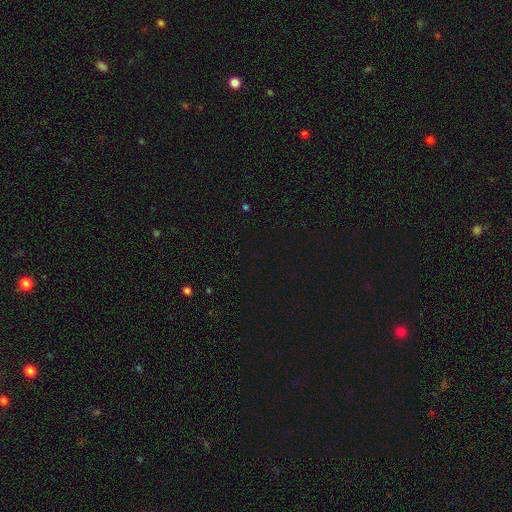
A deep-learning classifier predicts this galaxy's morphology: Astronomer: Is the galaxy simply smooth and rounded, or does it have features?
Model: star or artifact — 71%.